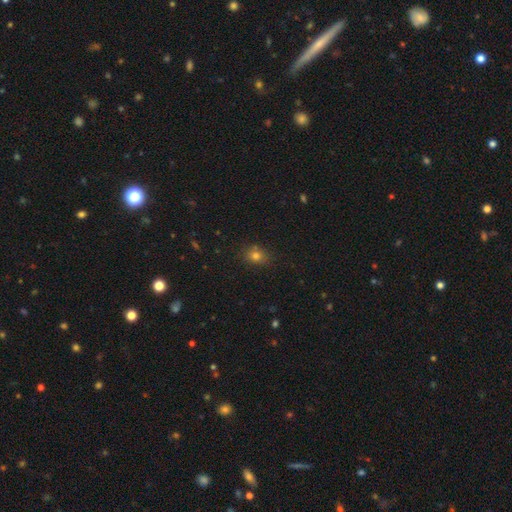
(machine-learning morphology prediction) Overall: smooth (76%). How rounded: in between (51%; round 48%). Merging: none (77%).